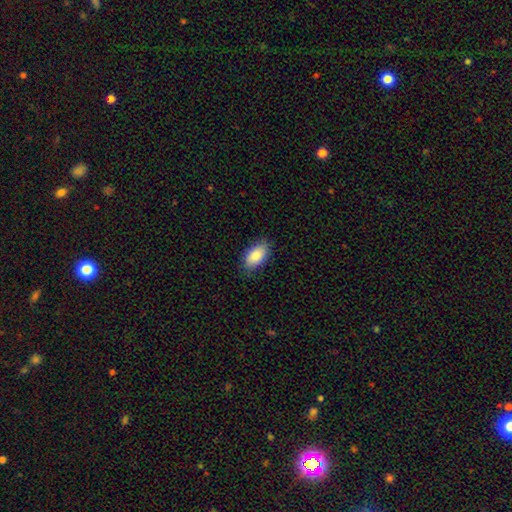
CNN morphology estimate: A smooth galaxy with no disk features (87%) that is in between round and cigar-shaped (93%). Merging: none (80%).